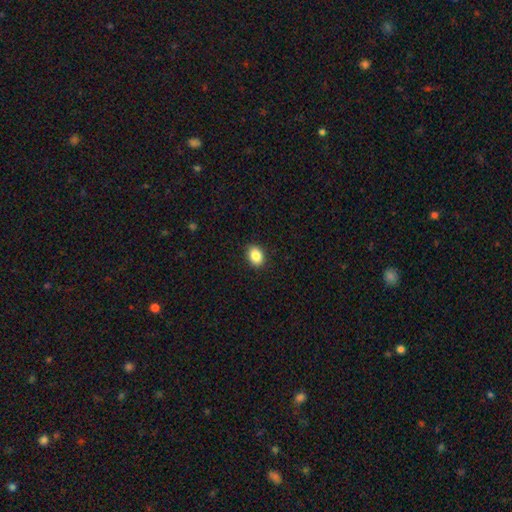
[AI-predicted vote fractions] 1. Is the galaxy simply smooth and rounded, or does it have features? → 87% smooth, 8% star or artifact, 5% featured or disk.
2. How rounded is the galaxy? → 68% in between, 31% round, 1% cigar-shaped.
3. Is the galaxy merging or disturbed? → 90% none, 7% minor disturbance, 2% major disturbance, 1% merger.